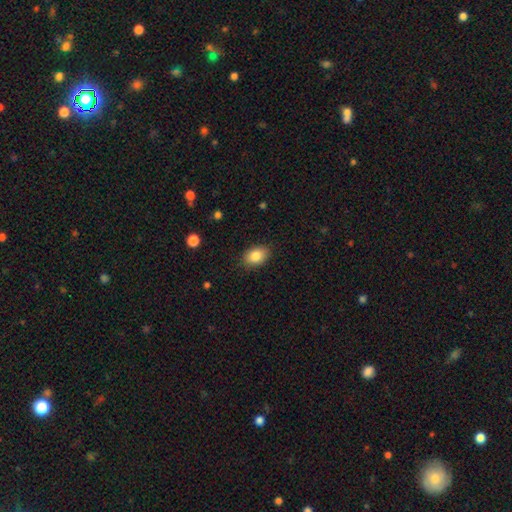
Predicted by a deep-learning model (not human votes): Smooth or featured?
  - smooth: 85% *
  - star or artifact: 8%
  - featured or disk: 7%
How rounded?
  - in between: 83% *
  - round: 16%
  - cigar-shaped: 1%
Merging?
  - none: 87% *
  - minor disturbance: 10%
  - major disturbance: 2%
  - merger: 1%